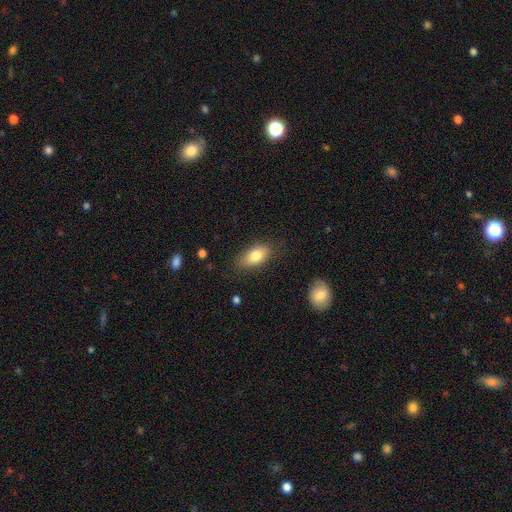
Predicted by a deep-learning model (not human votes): This is likely a smooth galaxy (80%). How rounded: clearly in between (87%). Merging: clearly none (80%).